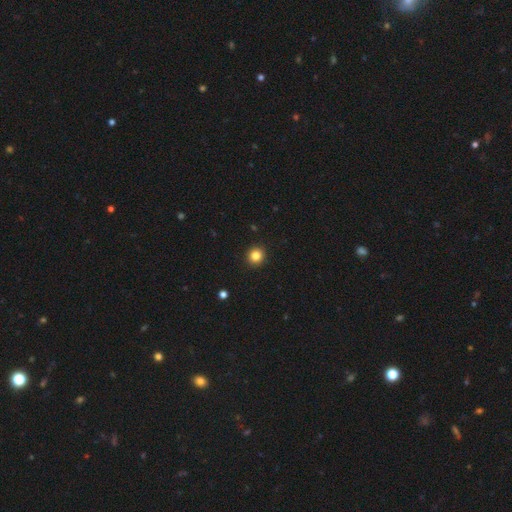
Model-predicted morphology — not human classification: A smooth galaxy with no disk features (85%) that is round (90%). Merging: none (92%).